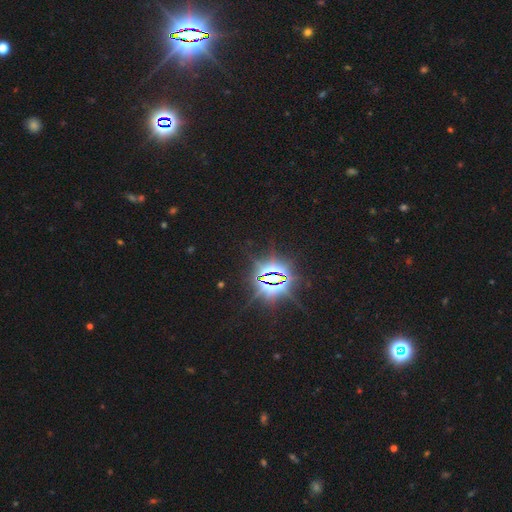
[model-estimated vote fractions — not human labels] Q: Smooth or featured?
A: star or artifact (85%); runner-up: smooth (9%)